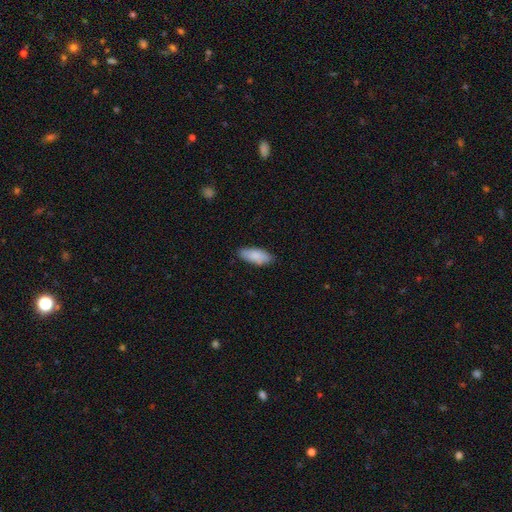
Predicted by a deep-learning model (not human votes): smooth_or_featured: smooth (p=0.86) [alt: featured or disk p=0.08]
how_rounded: in between (p=0.80) [alt: cigar-shaped p=0.18]
merging: none (p=0.85) [alt: minor disturbance p=0.12]